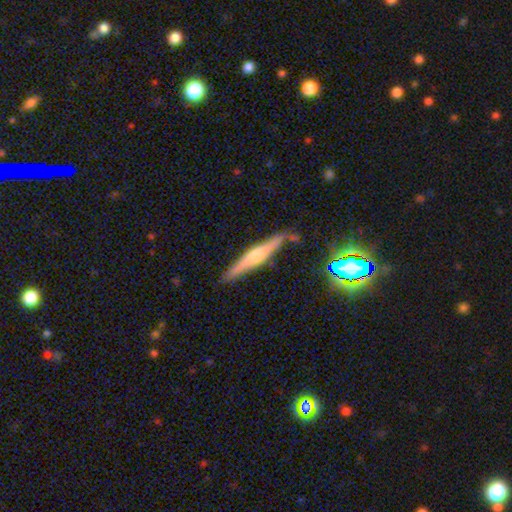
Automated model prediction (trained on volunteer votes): A featured or disk galaxy (63%) viewed edge-on (96%) with a rounded central bulge (80%).

Vote fractions:
- Smooth or featured? featured or disk: 63% / smooth: 29% / star or artifact: 8%
- Edge-on disk? yes: 96% / no: 4%
- Edge-on bulge? rounded: 80% / boxy: 11% / none: 9%
- Merging? none: 81% / minor disturbance: 13% / merger: 3% / major disturbance: 3%